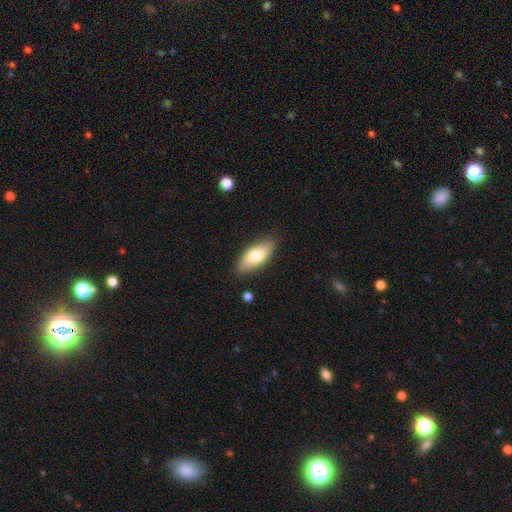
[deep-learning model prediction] smooth-or-featured: smooth: 74% | featured or disk: 20% | star or artifact: 6%
  how-rounded: in between: 82% | cigar-shaped: 16% | round: 2%
  merging: none: 84% | minor disturbance: 12% | major disturbance: 2% | merger: 2%